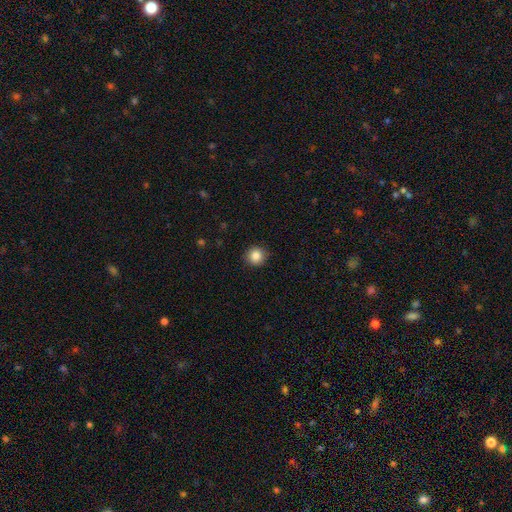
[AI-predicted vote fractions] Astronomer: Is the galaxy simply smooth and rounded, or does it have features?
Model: smooth — 86%.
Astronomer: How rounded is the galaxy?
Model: round — 93%.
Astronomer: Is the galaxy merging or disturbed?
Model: none — 90%.